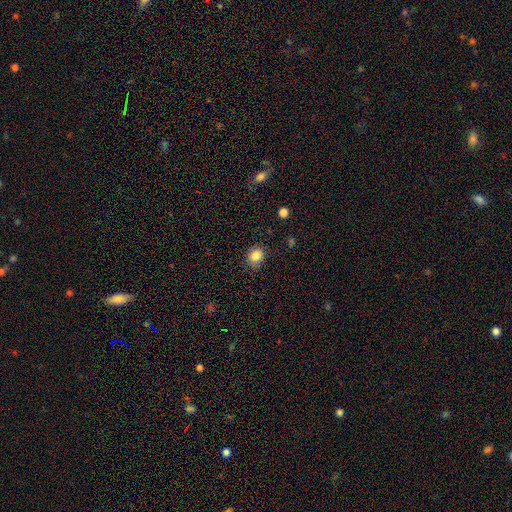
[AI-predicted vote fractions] smooth_or_featured: smooth (p=0.85) [alt: star or artifact p=0.11]
how_rounded: round (p=0.70) [alt: in between p=0.29]
merging: none (p=0.82) [alt: minor disturbance p=0.14]